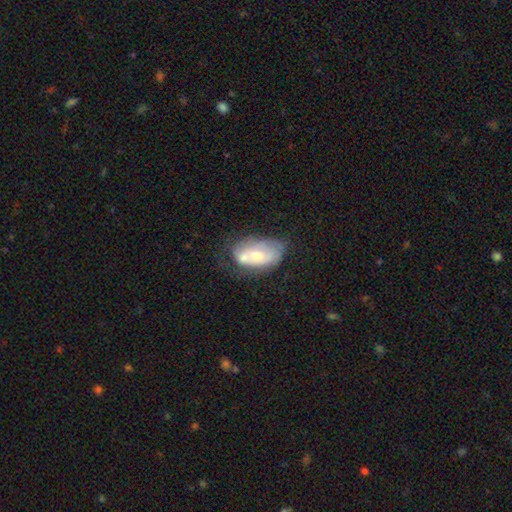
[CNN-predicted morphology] Overall: smooth (48%; featured or disk 44%). Merging: none (35%; minor disturbance 28%).